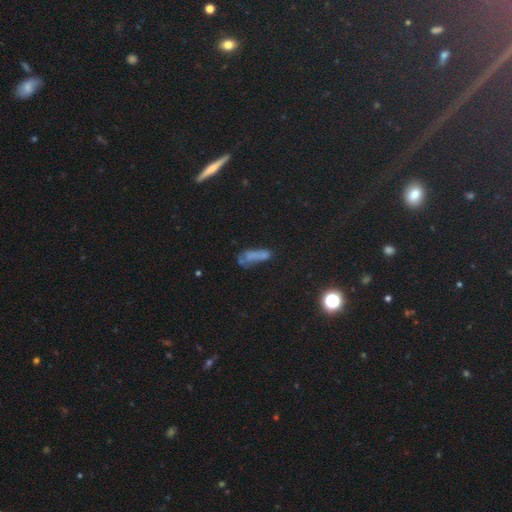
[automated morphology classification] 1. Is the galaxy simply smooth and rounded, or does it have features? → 49% smooth, 32% star or artifact, 20% featured or disk.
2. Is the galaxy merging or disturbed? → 41% none, 22% minor disturbance, 20% major disturbance, 16% merger.